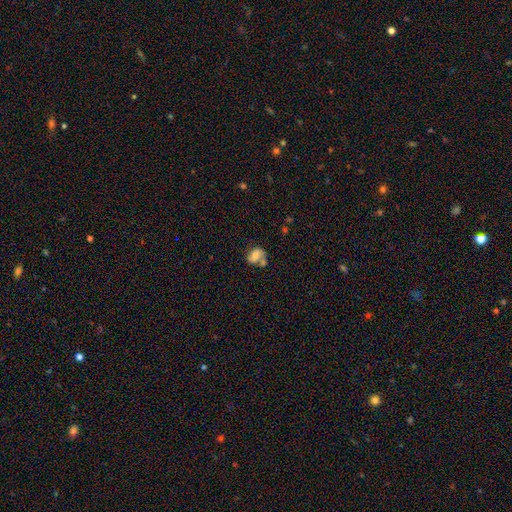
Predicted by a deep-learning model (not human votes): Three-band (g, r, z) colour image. It shows a smooth galaxy with no disk features (50%) that is in between round and cigar-shaped (65%). Merging: none (37%).